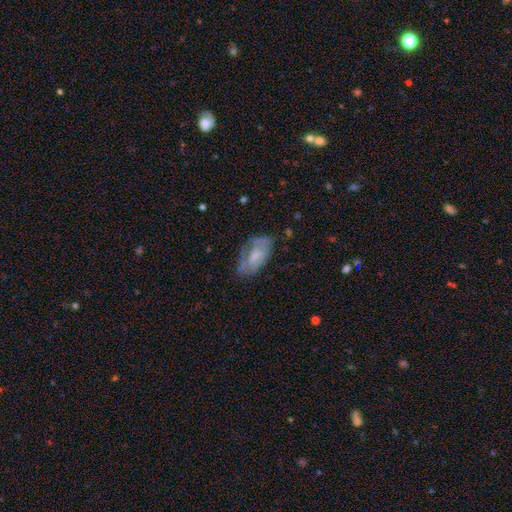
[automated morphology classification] A featured or disk galaxy (46%, tied with smooth). Merging: none (57%).